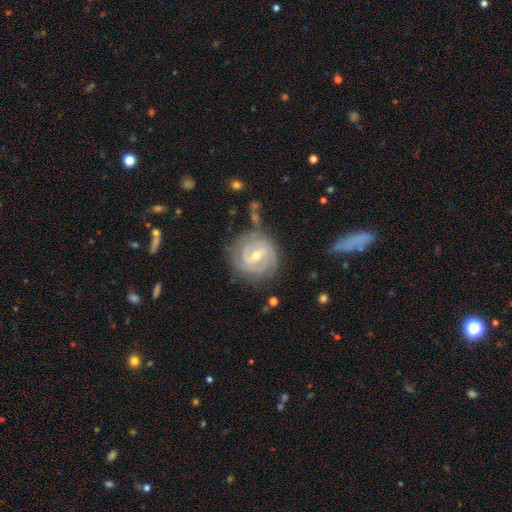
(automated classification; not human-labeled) The model was most divided on "bulge size": moderate: 52%, small: 45%, large: 1%, none: 1%, dominant: 1%. Remaining: edge-on disk — no (97%); spiral arms — yes (96%); smooth or featured — featured or disk (87%); merging — none (76%); spiral winding — tight (73%); bar — weak (51%); spiral arm count — 2 (40%).